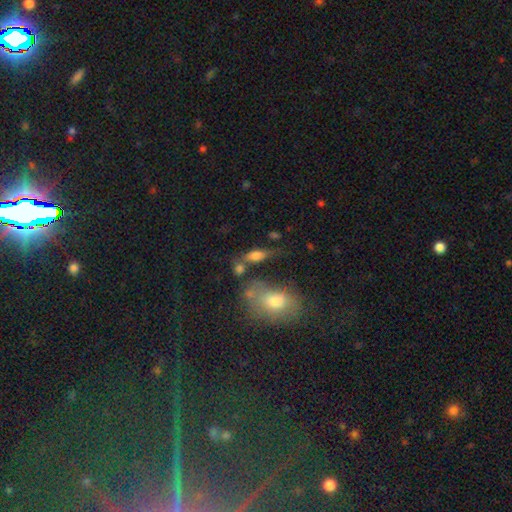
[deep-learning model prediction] smooth 71%, featured or disk 19%, star or artifact 11%. Down the decision tree: how rounded — in between (68%); merging — none (51%).